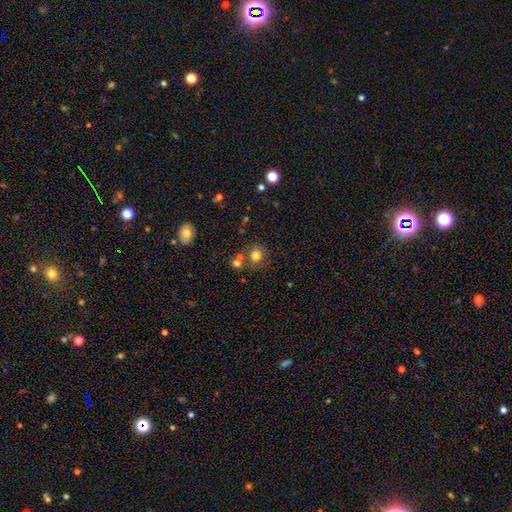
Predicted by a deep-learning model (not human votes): Smooth or featured?
  - smooth: 77% *
  - star or artifact: 14%
  - featured or disk: 9%
How rounded?
  - round: 82% *
  - in between: 18%
  - cigar-shaped: 1%
Merging?
  - none: 67% *
  - merger: 18%
  - minor disturbance: 11%
  - major disturbance: 4%